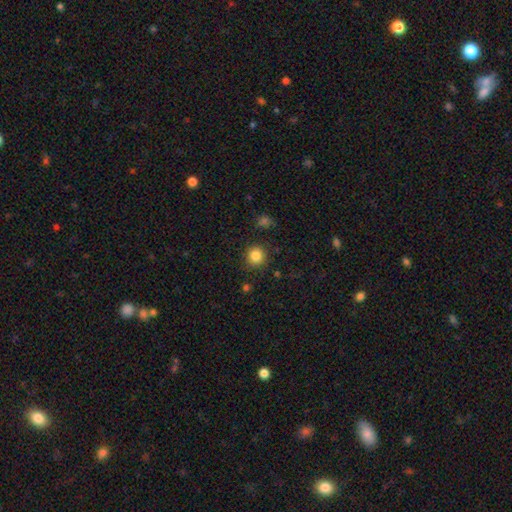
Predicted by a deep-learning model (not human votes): Smooth or featured? smooth (84%)
How rounded? round (93%)
Merging? none (88%)